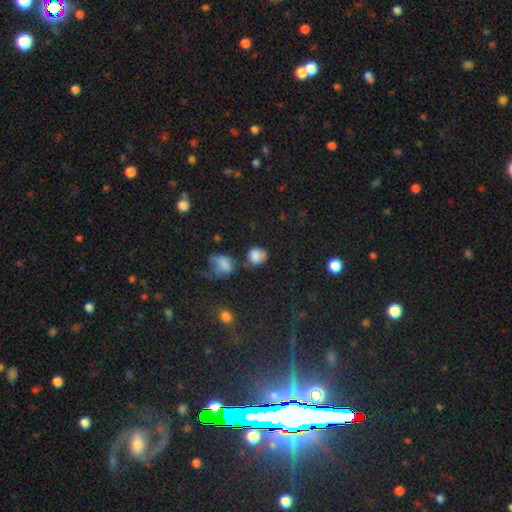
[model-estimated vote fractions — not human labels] Smooth or featured?
  - smooth: 76% *
  - star or artifact: 13%
  - featured or disk: 11%
How rounded?
  - round: 66% *
  - in between: 33%
  - cigar-shaped: 1%
Merging?
  - none: 47% *
  - minor disturbance: 22%
  - merger: 18%
  - major disturbance: 12%